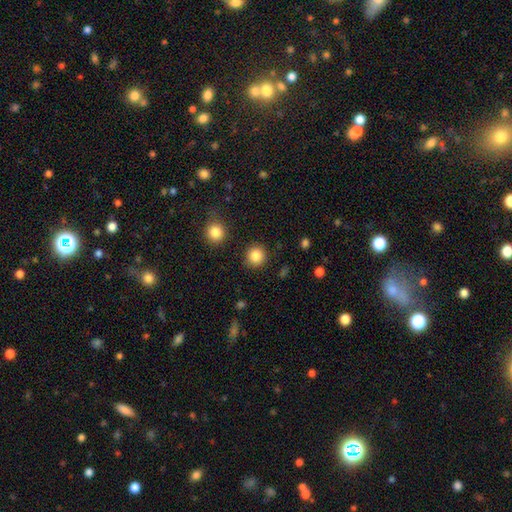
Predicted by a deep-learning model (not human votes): Smooth or featured? Predicted: smooth (p=0.86). How rounded? Predicted: round (p=0.92). Merging? Predicted: none (p=0.89).